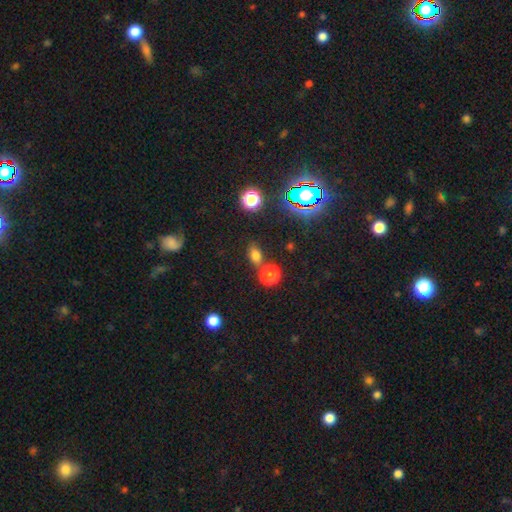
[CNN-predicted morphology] smooth 70%, star or artifact 23%, featured or disk 8%. Down the decision tree: how rounded — in between (70%); merging — none (69%).